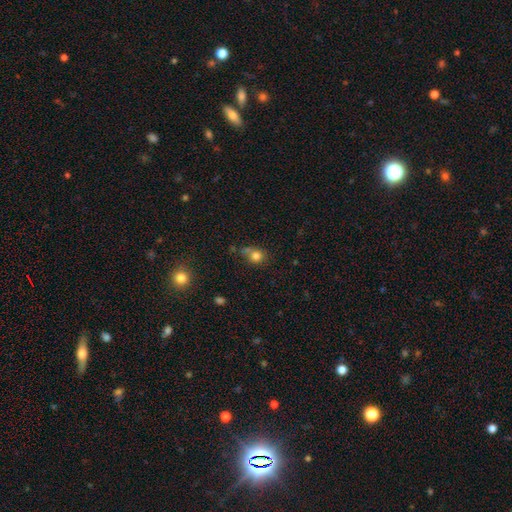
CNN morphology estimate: Q: Smooth or featured?
A: smooth (79%); runner-up: star or artifact (13%)
Q: How rounded?
A: round (78%); runner-up: in between (21%)
Q: Merging?
A: none (53%); runner-up: merger (21%)